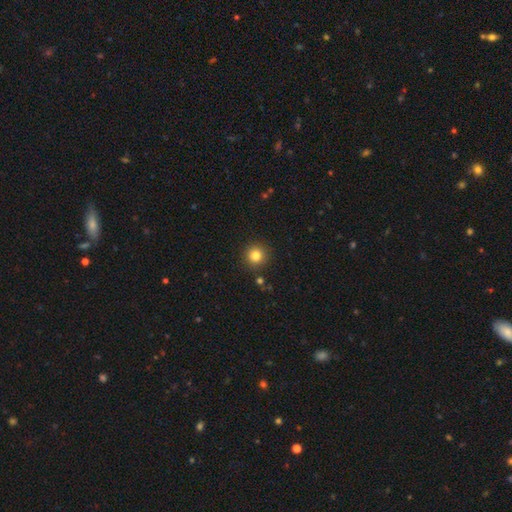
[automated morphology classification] smooth_or_featured: smooth (p=0.82) [alt: star or artifact p=0.12]
how_rounded: round (p=0.95) [alt: in between p=0.04]
merging: none (p=0.90) [alt: minor disturbance p=0.06]